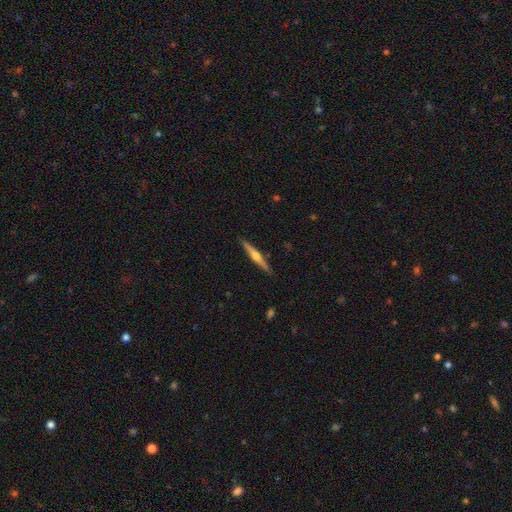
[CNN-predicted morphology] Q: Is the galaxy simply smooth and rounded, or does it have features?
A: featured or disk — 73%.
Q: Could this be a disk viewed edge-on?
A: yes — 98%.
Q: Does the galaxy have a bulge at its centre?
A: rounded — 91%.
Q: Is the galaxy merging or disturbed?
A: none — 90%.